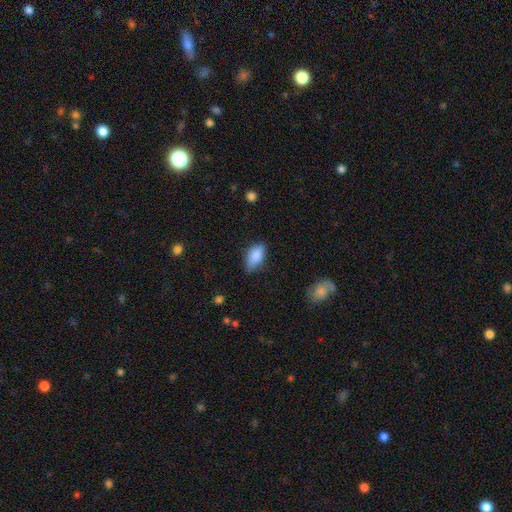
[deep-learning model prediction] This is clearly a smooth galaxy (84%). How rounded: clearly in between (90%). Merging: likely none (73%).